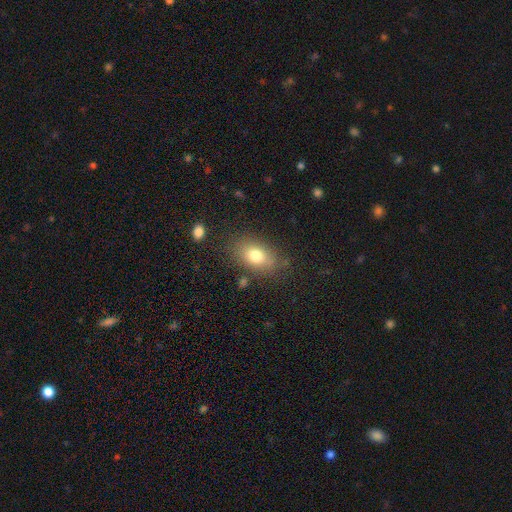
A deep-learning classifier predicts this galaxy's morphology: type=smooth (79%); roundness=in between (85%); merging=none (79%).